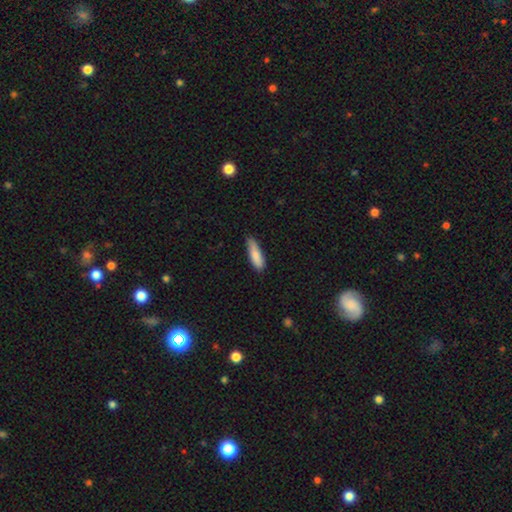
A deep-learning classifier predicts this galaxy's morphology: Smooth or featured: smooth — 84% (featured or disk — 10%)
How rounded: cigar-shaped — 59% (in between — 39%)
Merging: none — 69% (minor disturbance — 26%)